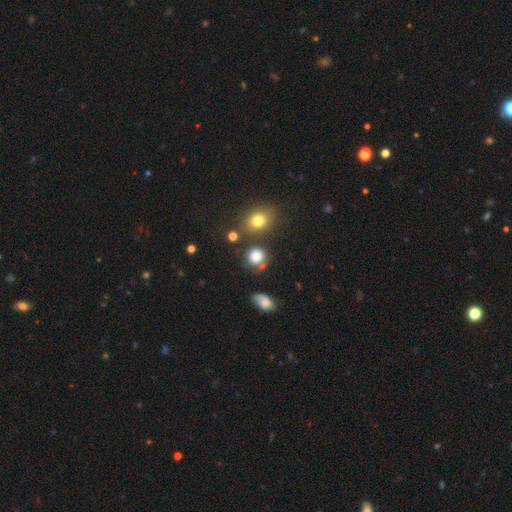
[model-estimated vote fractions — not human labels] This appears to be a smooth galaxy with no disk features (78%) that is round (86%). Merging: none (69%).